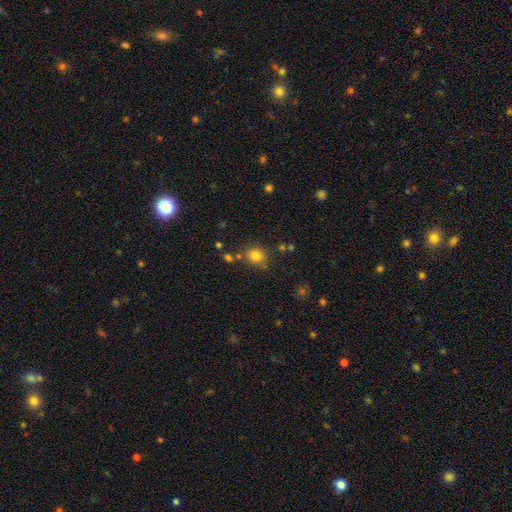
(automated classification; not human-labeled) smooth-or-featured: smooth: 80% | star or artifact: 13% | featured or disk: 7%
  how-rounded: round: 77% | in between: 22% | cigar-shaped: 1%
  merging: none: 73% | minor disturbance: 13% | merger: 9% | major disturbance: 5%